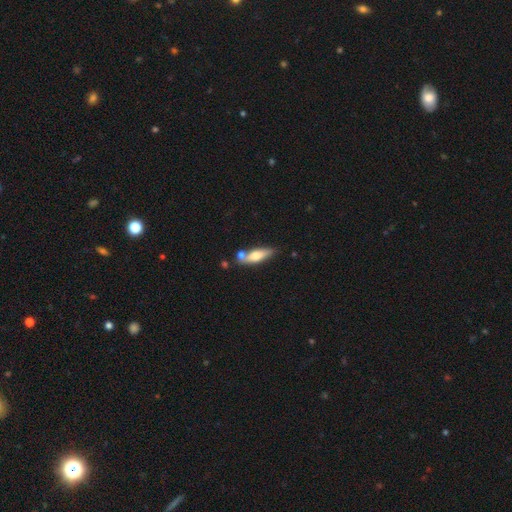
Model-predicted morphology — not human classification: smooth-or-featured: smooth: 59% | featured or disk: 35% | star or artifact: 6%
  how-rounded: cigar-shaped: 55% | in between: 43% | round: 3%
  merging: none: 61% | merger: 19% | minor disturbance: 16% | major disturbance: 4%